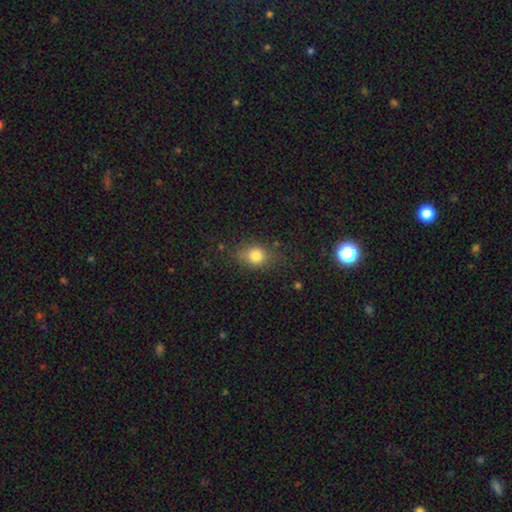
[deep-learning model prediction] smooth-or-featured: smooth: 80% | star or artifact: 11% | featured or disk: 8%
  how-rounded: round: 50% | in between: 48% | cigar-shaped: 2%
  merging: none: 69% | minor disturbance: 21% | major disturbance: 8% | merger: 2%